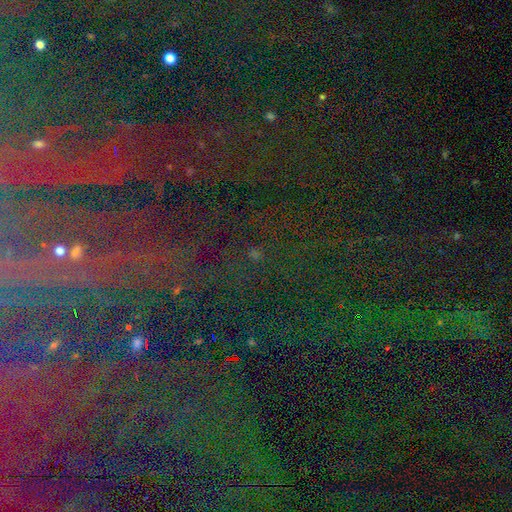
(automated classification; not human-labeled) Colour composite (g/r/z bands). It shows a star or artifact, not a galaxy (76%).